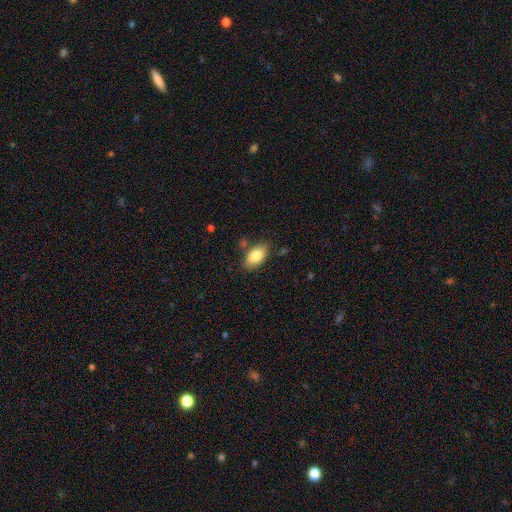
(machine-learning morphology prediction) Smooth or featured: smooth — 84% (featured or disk — 10%)
How rounded: in between — 92% (round — 4%)
Merging: none — 78% (minor disturbance — 14%)